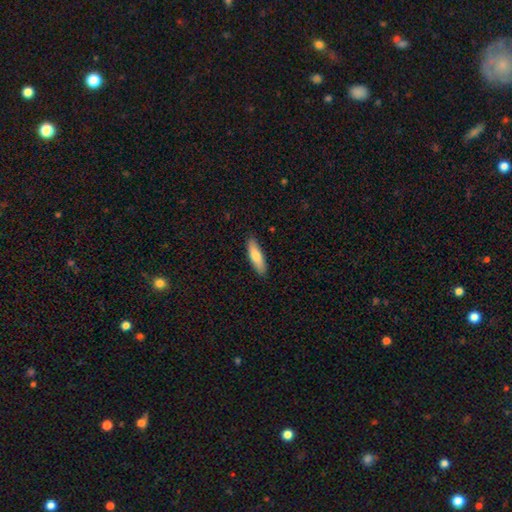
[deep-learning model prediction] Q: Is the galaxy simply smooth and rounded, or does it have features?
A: smooth — 76%.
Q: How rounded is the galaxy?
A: cigar-shaped — 59%.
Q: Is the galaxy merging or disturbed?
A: none — 88%.